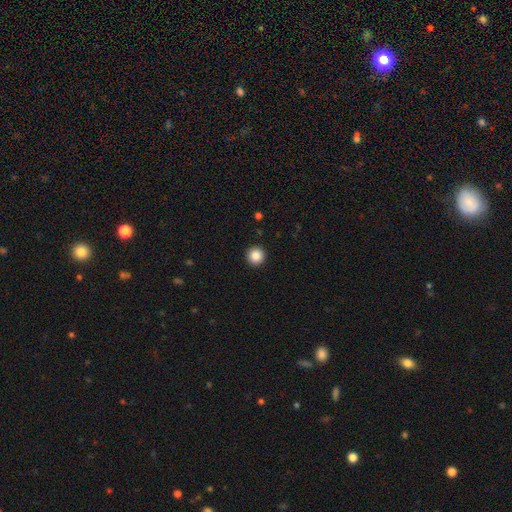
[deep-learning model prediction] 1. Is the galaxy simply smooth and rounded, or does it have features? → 86% smooth, 10% star or artifact, 4% featured or disk.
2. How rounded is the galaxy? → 96% round, 3% in between, 1% cigar-shaped.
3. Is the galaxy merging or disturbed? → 93% none, 4% minor disturbance, 2% major disturbance, 1% merger.